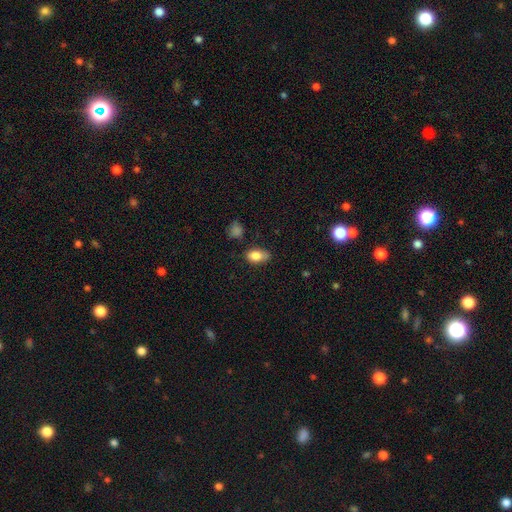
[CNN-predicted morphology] Smooth or featured?
  - smooth: 84% *
  - star or artifact: 8%
  - featured or disk: 8%
How rounded?
  - in between: 88% *
  - round: 10%
  - cigar-shaped: 2%
Merging?
  - none: 58% *
  - minor disturbance: 31%
  - major disturbance: 6%
  - merger: 4%